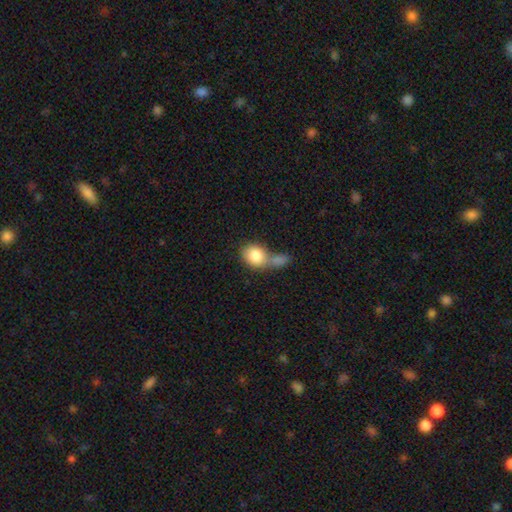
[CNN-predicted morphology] type=smooth (83%); roundness=round (58%); merging=merger (53%).